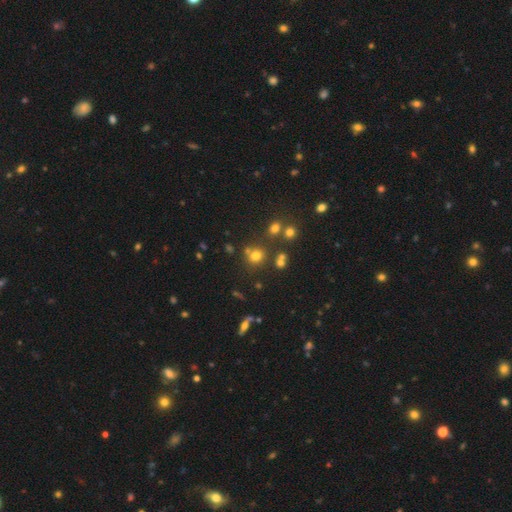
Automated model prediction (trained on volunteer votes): smooth_or_featured: smooth (p=0.69) [alt: star or artifact p=0.22]
how_rounded: round (p=0.84) [alt: in between p=0.15]
merging: none (p=0.69) [alt: merger p=0.16]